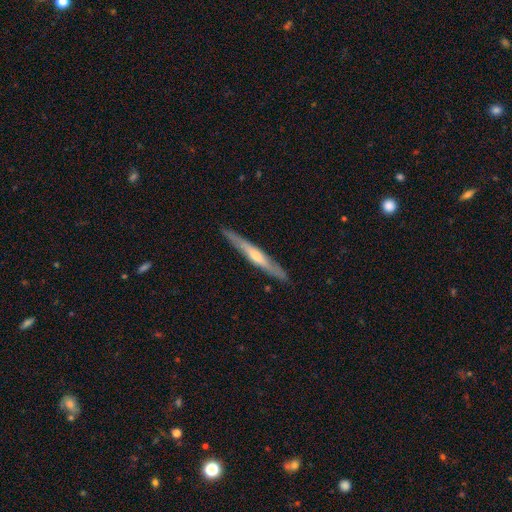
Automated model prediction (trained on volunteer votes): smooth_or_featured: featured or disk (p=0.64) [alt: smooth p=0.31]
disk_edge_on: yes (p=0.93) [alt: no p=0.07]
edge_on_bulge: rounded (p=0.62) [alt: none p=0.29]
merging: none (p=0.89) [alt: minor disturbance p=0.08]